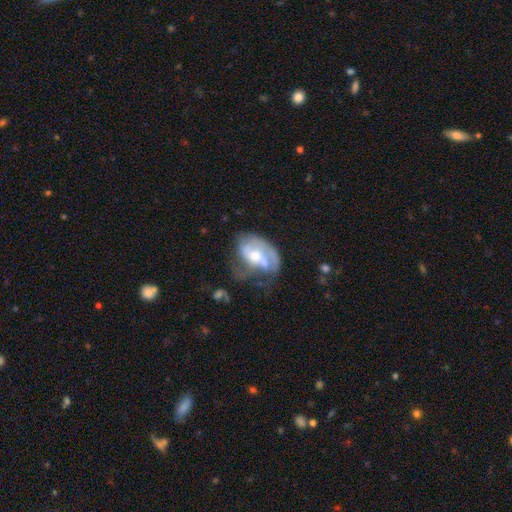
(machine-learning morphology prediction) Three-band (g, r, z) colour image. It shows a featured or disk galaxy (69%) with no bar (56%), 2 (41%) medium (41%) spiral arms (76%) and a moderate central bulge (59%). Merging: major disturbance (35%).